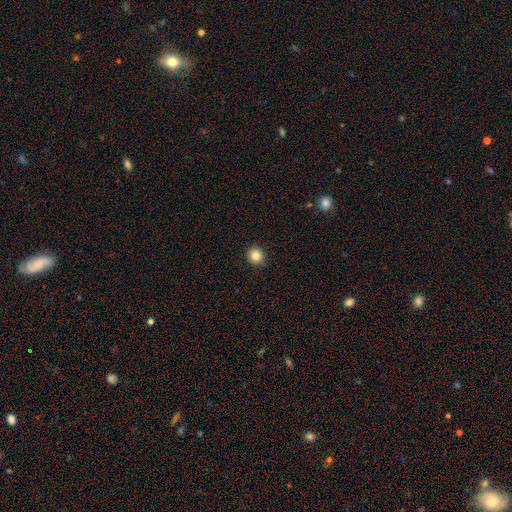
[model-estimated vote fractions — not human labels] Smooth or featured: smooth — 84% (star or artifact — 11%)
How rounded: round — 93% (in between — 6%)
Merging: none — 93% (minor disturbance — 5%)